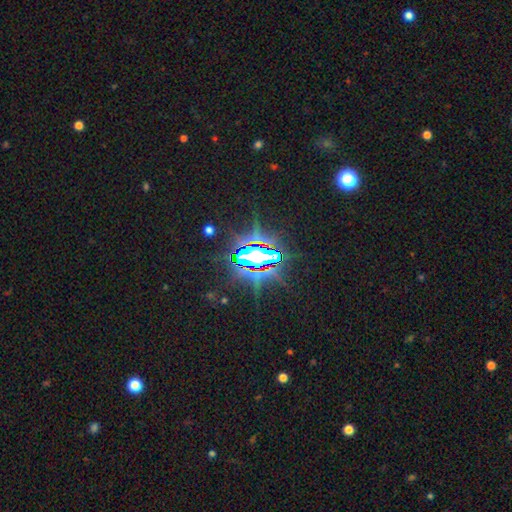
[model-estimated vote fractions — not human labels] This appears to be a star or artifact, not a galaxy (80%).